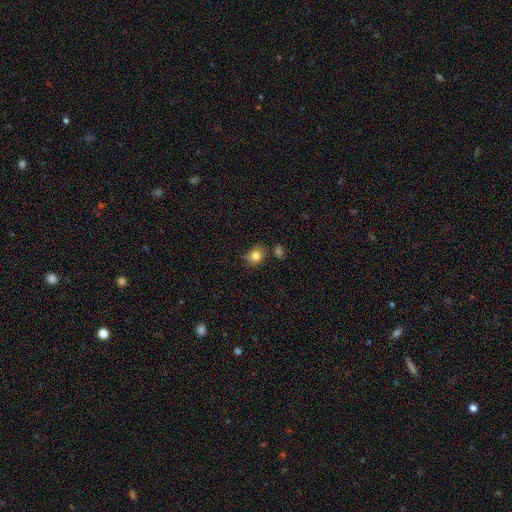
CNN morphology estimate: Smooth or featured: smooth — 81% (star or artifact — 11%)
How rounded: round — 65% (in between — 34%)
Merging: none — 63% (minor disturbance — 24%)